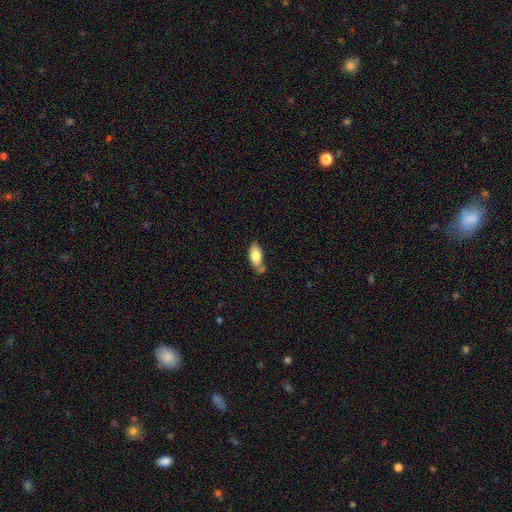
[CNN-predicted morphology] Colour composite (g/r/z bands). It shows a smooth galaxy with no disk features (79%) that is in between round and cigar-shaped (90%). Merging: none (58%).